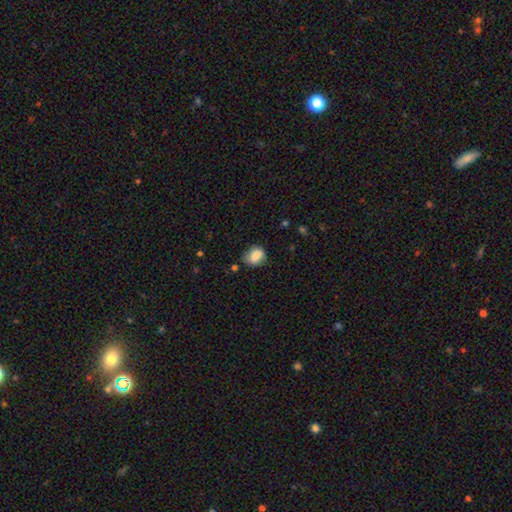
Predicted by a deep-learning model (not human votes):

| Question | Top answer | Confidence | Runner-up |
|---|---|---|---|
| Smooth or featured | smooth | 83% | featured or disk (9%) |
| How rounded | in between | 50% | round (49%) |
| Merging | none | 65% | minor disturbance (26%) |